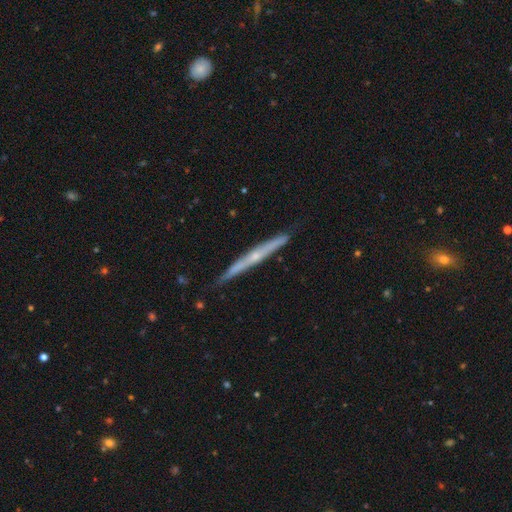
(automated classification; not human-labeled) Q: Smooth or featured?
A: featured or disk (68%); runner-up: smooth (26%)
Q: Edge-on disk?
A: yes (97%); runner-up: no (3%)
Q: Edge-on bulge?
A: rounded (57%); runner-up: none (39%)
Q: Merging?
A: none (86%); runner-up: minor disturbance (11%)